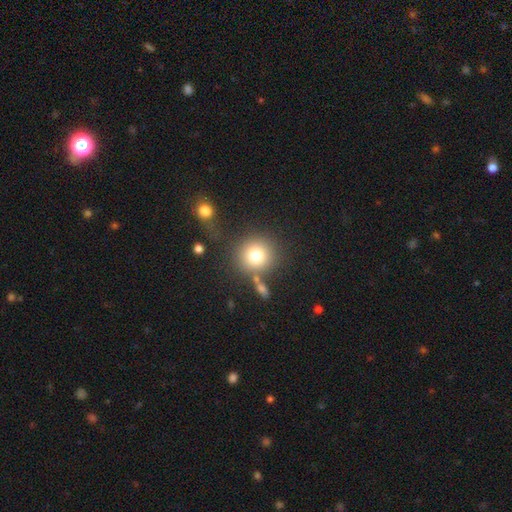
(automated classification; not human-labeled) Q: Smooth or featured?
A: smooth (79%); runner-up: featured or disk (11%)
Q: How rounded?
A: round (89%); runner-up: in between (10%)
Q: Merging?
A: none (70%); runner-up: merger (12%)